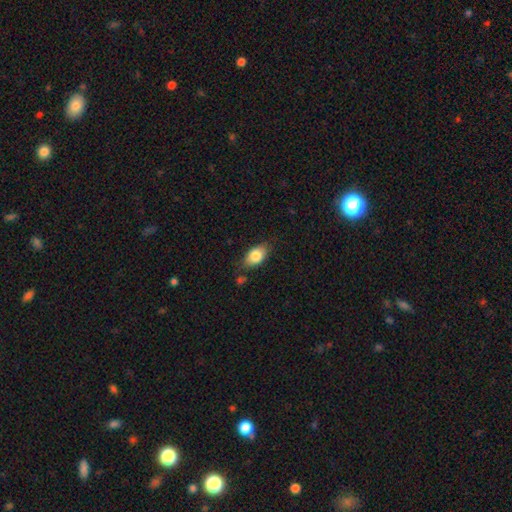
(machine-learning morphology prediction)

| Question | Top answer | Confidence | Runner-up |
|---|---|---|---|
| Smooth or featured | smooth | 82% | featured or disk (11%) |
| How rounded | in between | 86% | round (11%) |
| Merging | none | 71% | minor disturbance (21%) |